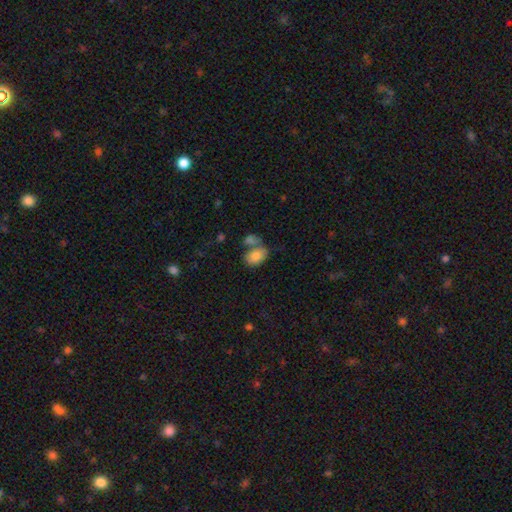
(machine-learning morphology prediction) Smooth or featured?
  - smooth: 81% *
  - featured or disk: 11%
  - star or artifact: 8%
How rounded?
  - in between: 77% *
  - round: 22%
  - cigar-shaped: 1%
Merging?
  - none: 41% *
  - merger: 39%
  - minor disturbance: 14%
  - major disturbance: 6%